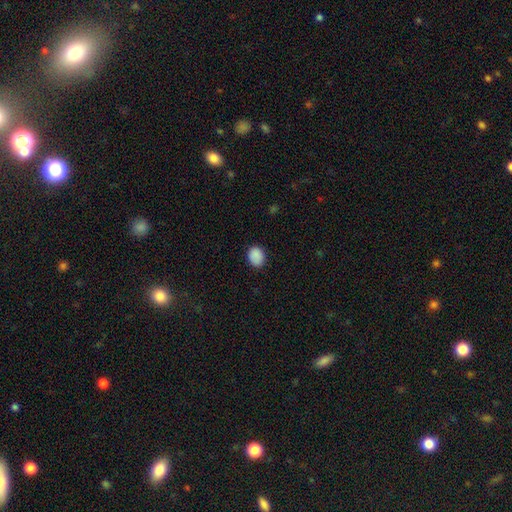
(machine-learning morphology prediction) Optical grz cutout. It shows a smooth galaxy with no disk features (89%) that is round (53%). Merging: none (84%).